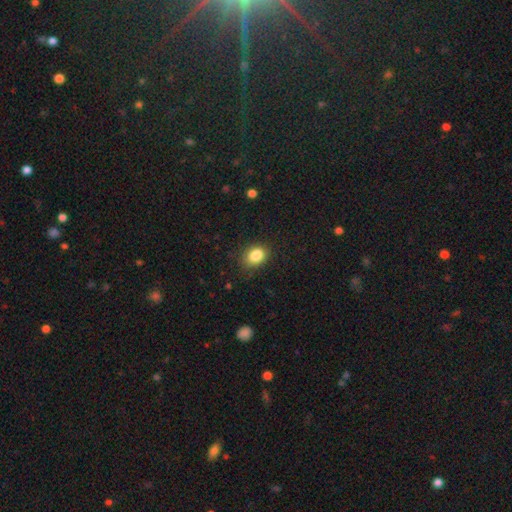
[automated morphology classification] smooth_or_featured: smooth (p=0.86) [alt: star or artifact p=0.09]
how_rounded: in between (p=0.59) [alt: round p=0.40]
merging: none (p=0.80) [alt: minor disturbance p=0.15]